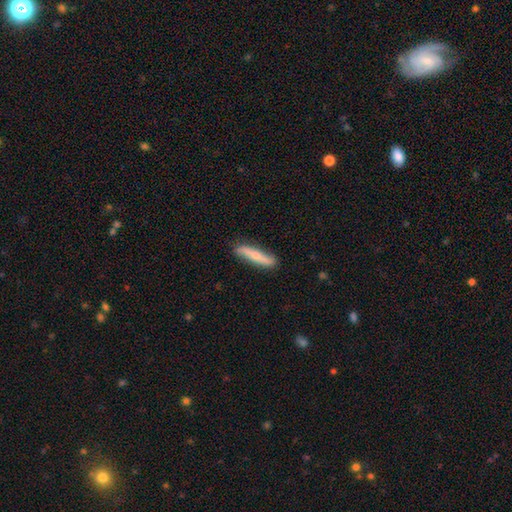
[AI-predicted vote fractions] smooth_or_featured: smooth (p=0.50) [alt: featured or disk p=0.44]
how_rounded: cigar-shaped (p=0.86) [alt: in between p=0.13]
merging: none (p=0.84) [alt: minor disturbance p=0.12]